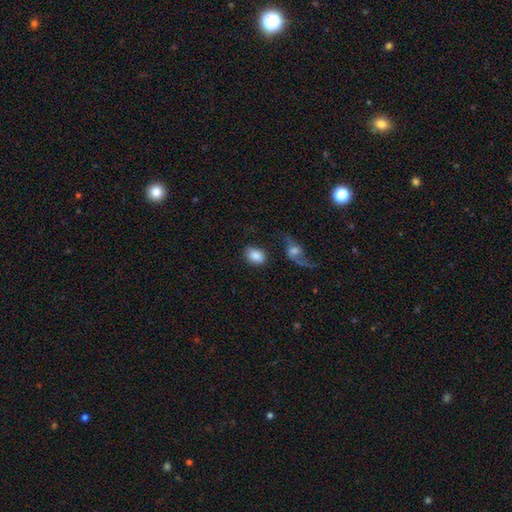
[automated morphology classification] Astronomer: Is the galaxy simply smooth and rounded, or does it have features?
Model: smooth — 84%.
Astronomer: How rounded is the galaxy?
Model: in between — 78%.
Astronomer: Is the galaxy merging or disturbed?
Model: none — 66%.